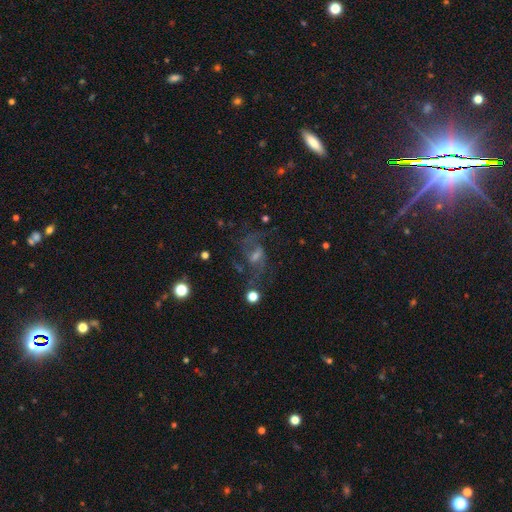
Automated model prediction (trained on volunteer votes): A featured or disk galaxy (58%) with no bar (48%), spiral arms (82%) and a moderate central bulge (43%). Merging: none (64%).